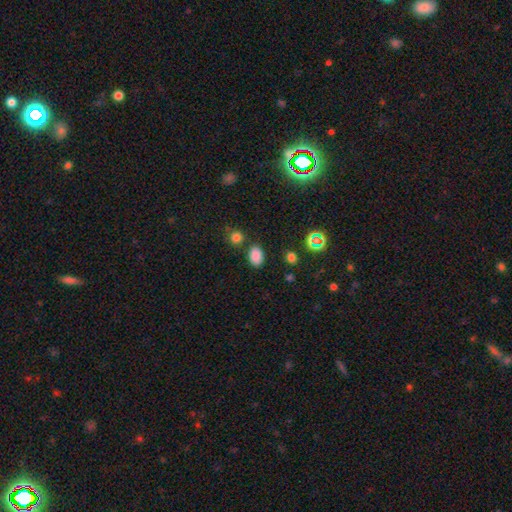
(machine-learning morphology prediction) smooth 82%, star or artifact 13%, featured or disk 5%. Down the decision tree: how rounded — in between (84%); merging — none (78%).